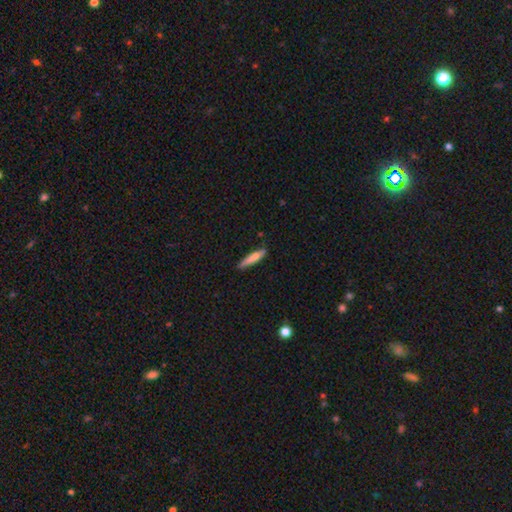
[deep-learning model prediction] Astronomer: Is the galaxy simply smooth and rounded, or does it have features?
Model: smooth — 74%.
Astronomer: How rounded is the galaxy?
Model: cigar-shaped — 87%.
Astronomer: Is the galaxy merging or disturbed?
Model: none — 78%.